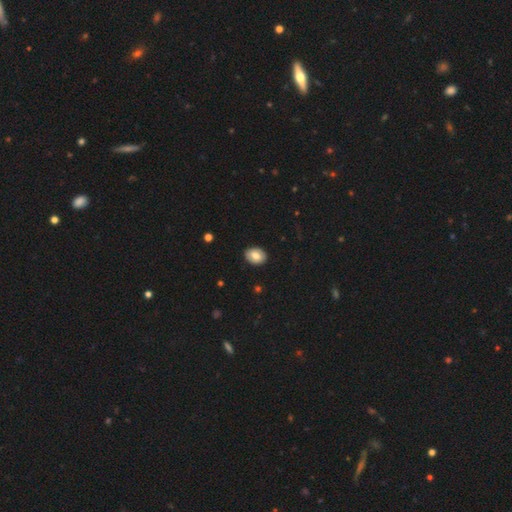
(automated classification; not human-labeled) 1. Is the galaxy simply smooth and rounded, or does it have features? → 78% smooth, 15% featured or disk, 8% star or artifact.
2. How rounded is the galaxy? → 68% in between, 31% round, 1% cigar-shaped.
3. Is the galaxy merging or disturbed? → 90% none, 8% minor disturbance, 2% major disturbance, 1% merger.